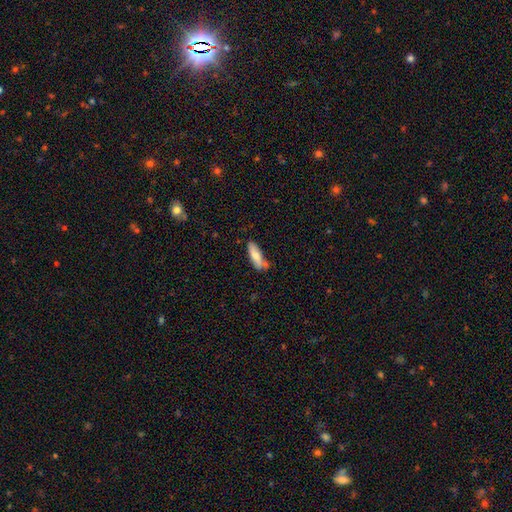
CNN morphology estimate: Q: Smooth or featured?
A: smooth (74%); runner-up: featured or disk (20%)
Q: How rounded?
A: in between (51%); runner-up: cigar-shaped (47%)
Q: Merging?
A: none (68%); runner-up: minor disturbance (20%)